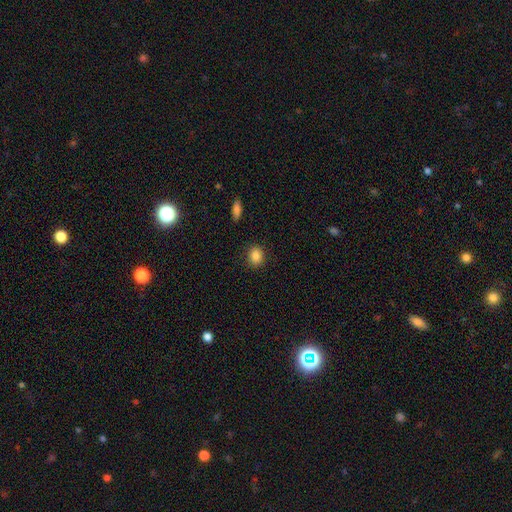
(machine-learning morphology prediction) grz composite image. It shows a smooth galaxy with no disk features (85%) that is round (62%). Merging: none (89%).